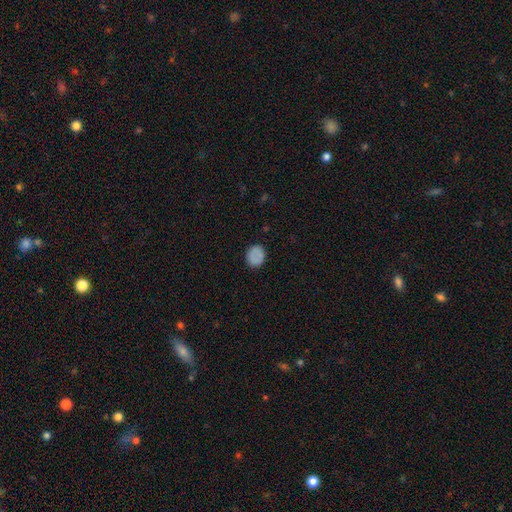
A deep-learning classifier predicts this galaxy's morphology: type=smooth (81%); roundness=round (63%); merging=none (85%).